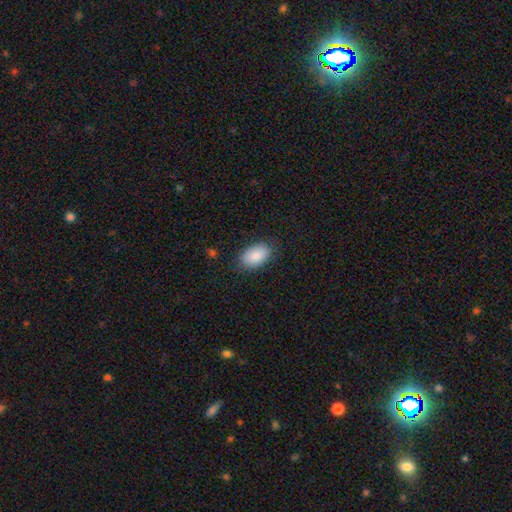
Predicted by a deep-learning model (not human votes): Overall: smooth (88%). How rounded: in between (93%). Merging: none (83%).